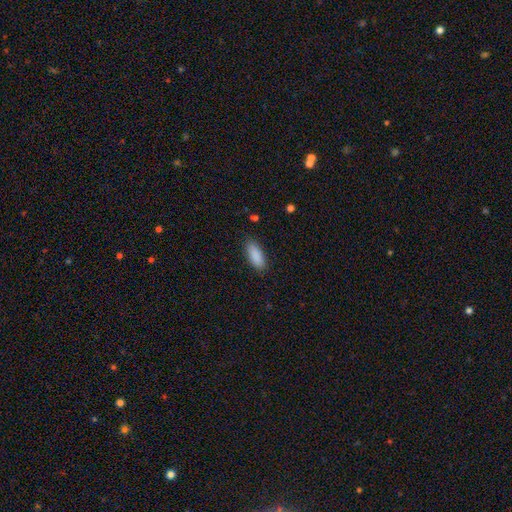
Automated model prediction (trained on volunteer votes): Smooth or featured: smooth — 90% (star or artifact — 6%)
How rounded: in between — 80% (cigar-shaped — 19%)
Merging: none — 86% (minor disturbance — 10%)